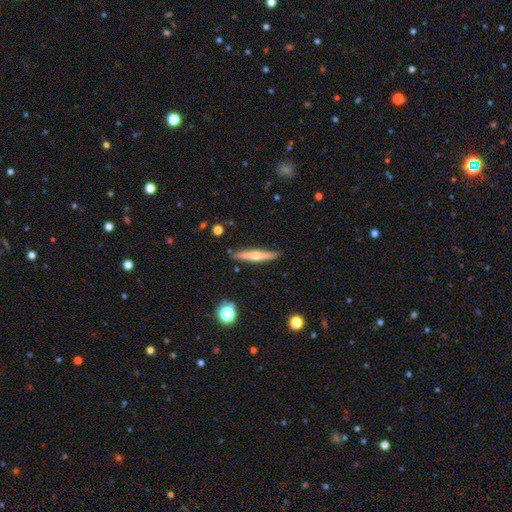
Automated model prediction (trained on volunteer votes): Smooth or featured?
  - featured or disk: 50% *
  - smooth: 44%
  - star or artifact: 7%
Merging?
  - none: 89% *
  - minor disturbance: 8%
  - merger: 2%
  - major disturbance: 2%